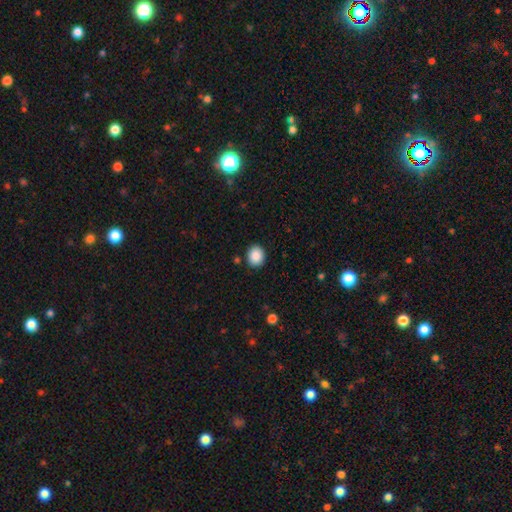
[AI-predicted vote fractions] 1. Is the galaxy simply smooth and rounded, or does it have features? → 89% smooth, 8% star or artifact, 3% featured or disk.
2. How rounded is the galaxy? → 61% round, 38% in between, 1% cigar-shaped.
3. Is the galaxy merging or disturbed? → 88% none, 8% minor disturbance, 2% major disturbance, 2% merger.